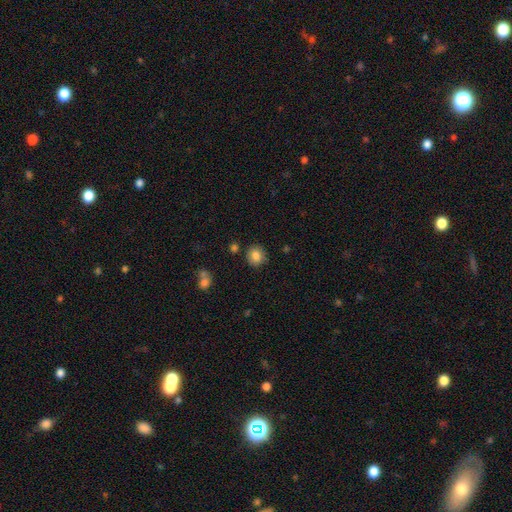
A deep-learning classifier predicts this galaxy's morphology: Q: Smooth or featured?
A: smooth (84%); runner-up: star or artifact (9%)
Q: How rounded?
A: round (81%); runner-up: in between (18%)
Q: Merging?
A: none (84%); runner-up: minor disturbance (11%)